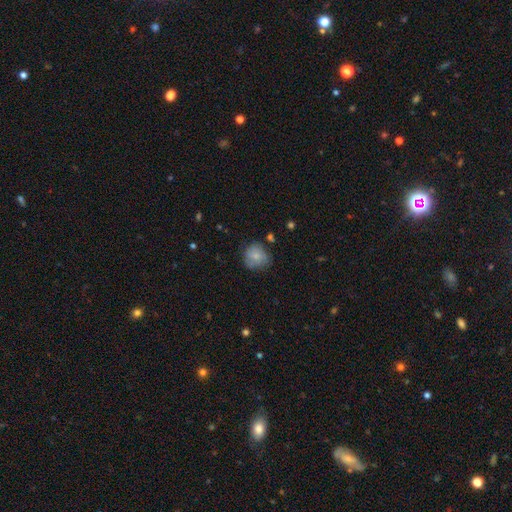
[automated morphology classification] This is likely a smooth galaxy (72%). How rounded: likely round (80%). Merging: likely none (62%).